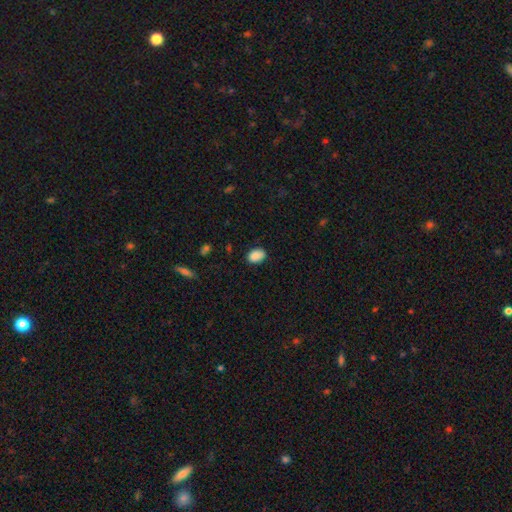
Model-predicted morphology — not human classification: smooth_or_featured: smooth (p=0.89) [alt: star or artifact p=0.08]
how_rounded: in between (p=0.82) [alt: round p=0.17]
merging: none (p=0.84) [alt: minor disturbance p=0.13]